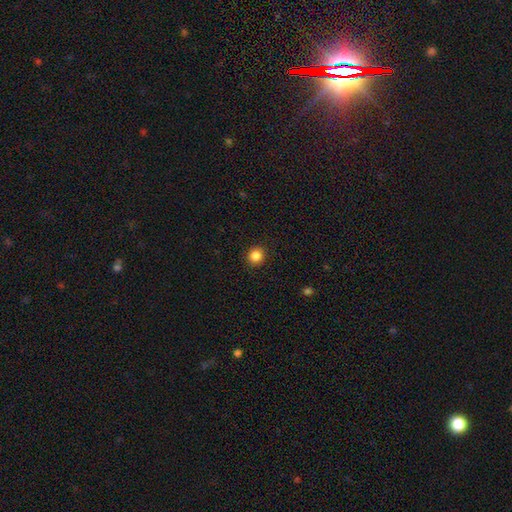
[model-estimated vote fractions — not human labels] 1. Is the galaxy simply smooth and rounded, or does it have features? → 86% smooth, 10% star or artifact, 4% featured or disk.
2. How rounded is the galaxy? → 89% round, 10% in between, 1% cigar-shaped.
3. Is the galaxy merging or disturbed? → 91% none, 6% minor disturbance, 2% major disturbance, 1% merger.